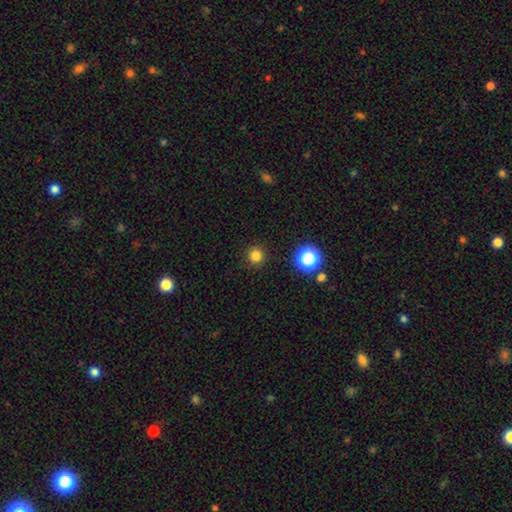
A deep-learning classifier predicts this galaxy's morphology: smooth_or_featured: smooth (p=0.81) [alt: star or artifact p=0.15]
how_rounded: round (p=0.95) [alt: in between p=0.04]
merging: none (p=0.92) [alt: minor disturbance p=0.05]